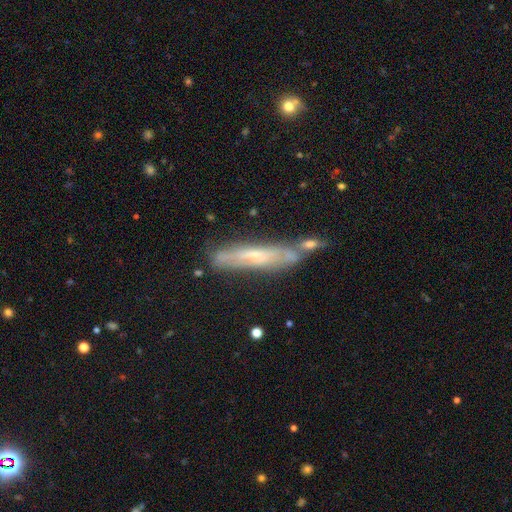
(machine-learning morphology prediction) Smooth or featured? featured or disk (59%)
Edge-on disk? yes (69%)
Merging? none (58%)